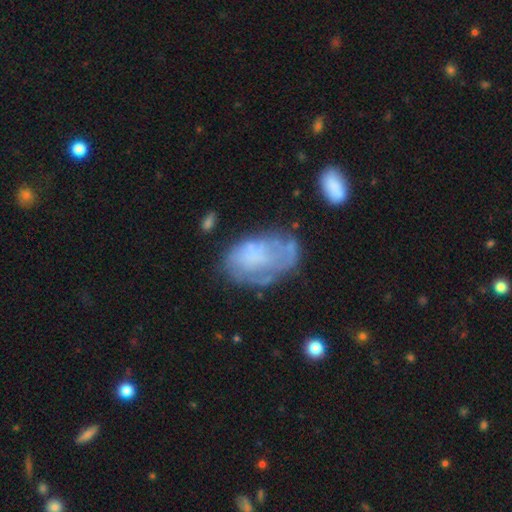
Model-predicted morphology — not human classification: The model was most divided on "smooth or featured": featured or disk: 49%, smooth: 42%, star or artifact: 9%. Remaining: merging — none (42%).